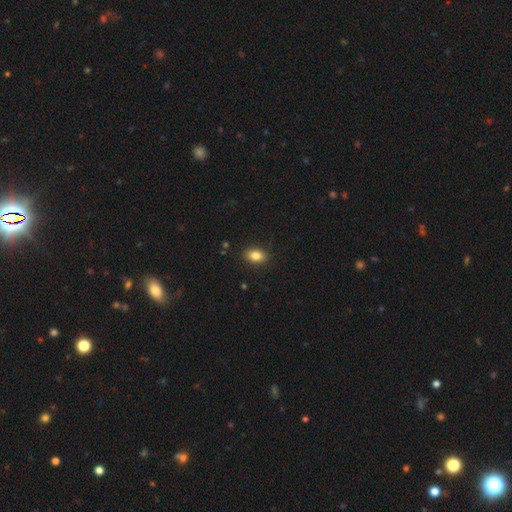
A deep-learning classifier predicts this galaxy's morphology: A smooth galaxy with no disk features (85%) that is in between round and cigar-shaped (81%).

Vote fractions:
- Smooth or featured? smooth: 85% / star or artifact: 9% / featured or disk: 6%
- How rounded? in between: 81% / round: 18% / cigar-shaped: 1%
- Merging? none: 89% / minor disturbance: 8% / major disturbance: 2% / merger: 1%